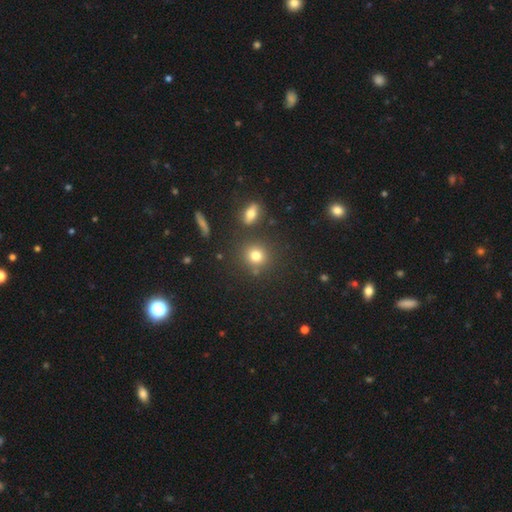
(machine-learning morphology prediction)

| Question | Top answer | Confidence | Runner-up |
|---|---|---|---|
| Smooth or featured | smooth | 77% | star or artifact (14%) |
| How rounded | round | 85% | in between (13%) |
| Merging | none | 80% | minor disturbance (9%) |